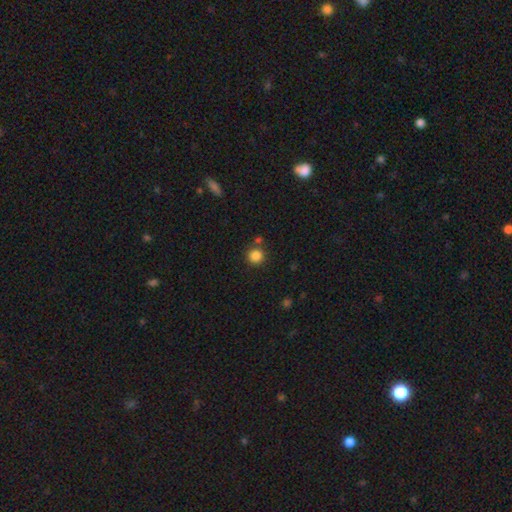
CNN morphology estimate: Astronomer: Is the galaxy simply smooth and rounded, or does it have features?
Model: smooth — 85%.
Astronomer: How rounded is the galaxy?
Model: round — 93%.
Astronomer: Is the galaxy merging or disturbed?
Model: none — 80%.